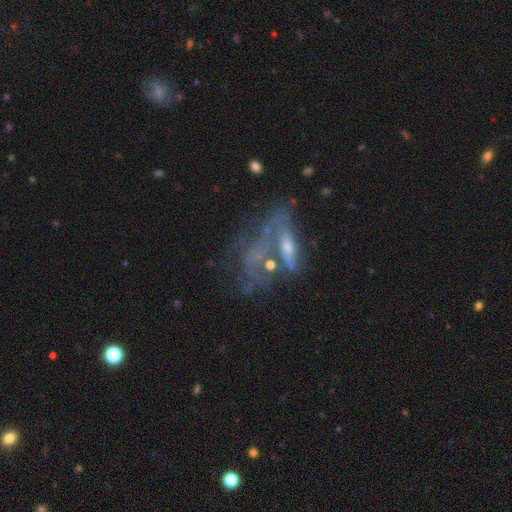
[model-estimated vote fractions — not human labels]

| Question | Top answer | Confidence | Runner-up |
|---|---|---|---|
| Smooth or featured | featured or disk | 58% | smooth (26%) |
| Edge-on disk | no | 78% | yes (22%) |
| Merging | merger | 39% | none (27%) |